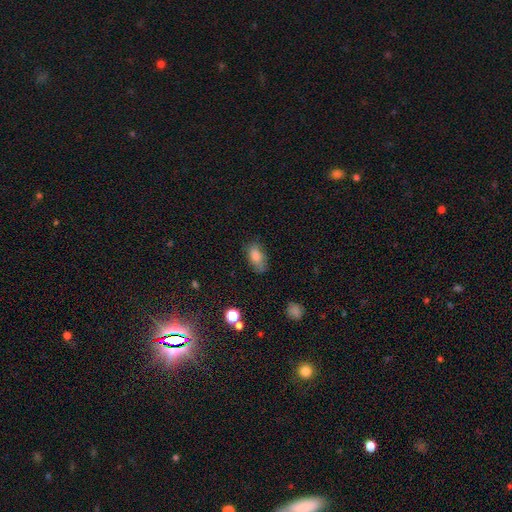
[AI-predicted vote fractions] smooth 79%, star or artifact 11%, featured or disk 10%. Down the decision tree: how rounded — in between (89%); merging — none (70%).